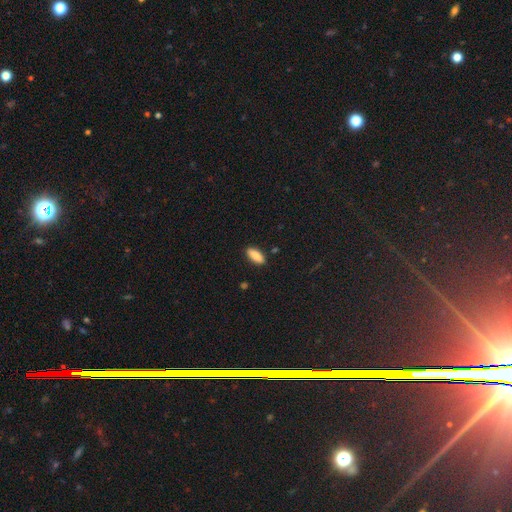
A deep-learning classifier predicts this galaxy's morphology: Smooth or featured?
  - smooth: 87% *
  - star or artifact: 7%
  - featured or disk: 6%
How rounded?
  - in between: 79% *
  - cigar-shaped: 19%
  - round: 2%
Merging?
  - none: 88% *
  - minor disturbance: 9%
  - major disturbance: 2%
  - merger: 1%